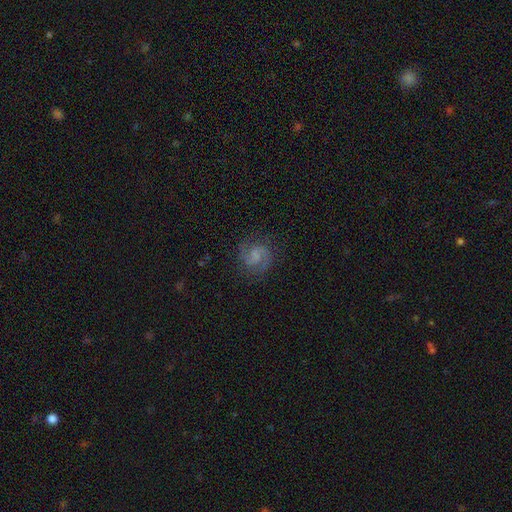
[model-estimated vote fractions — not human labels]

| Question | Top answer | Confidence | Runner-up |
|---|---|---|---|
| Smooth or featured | featured or disk | 82% | smooth (11%) |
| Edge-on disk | no | 98% | yes (2%) |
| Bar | weak | 50% | no (39%) |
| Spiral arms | yes | 97% | no (3%) |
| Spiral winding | medium | 56% | tight (27%) |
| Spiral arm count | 2 | 92% | can't tell (3%) |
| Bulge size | none | 44% | small (34%) |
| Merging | none | 81% | minor disturbance (13%) |